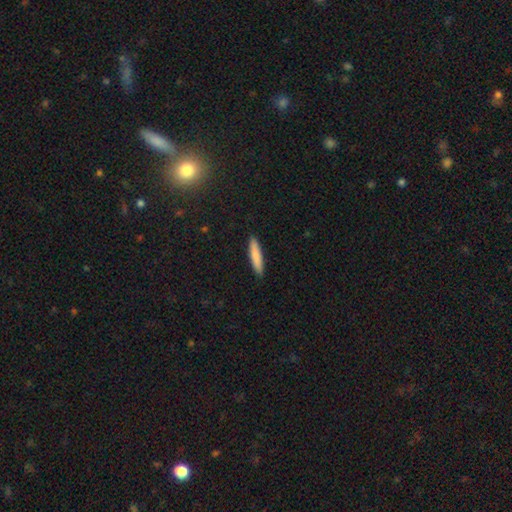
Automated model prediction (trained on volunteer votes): Smooth or featured? Predicted: smooth (p=0.83). How rounded? Predicted: cigar-shaped (p=0.87). Merging? Predicted: none (p=0.90).